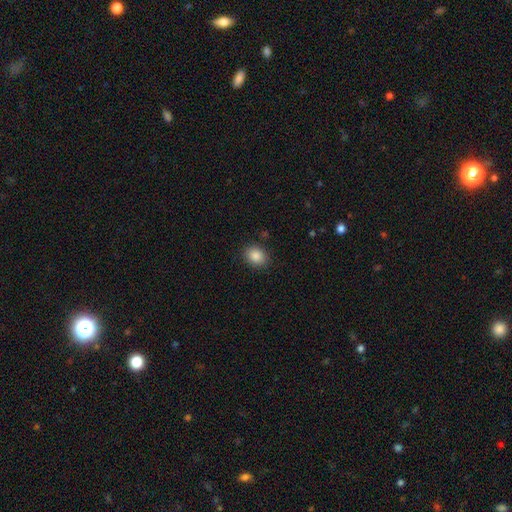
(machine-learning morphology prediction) Smooth or featured?
  - smooth: 87% *
  - star or artifact: 9%
  - featured or disk: 4%
How rounded?
  - in between: 56% *
  - round: 43%
  - cigar-shaped: 1%
Merging?
  - none: 87% *
  - minor disturbance: 9%
  - major disturbance: 3%
  - merger: 1%